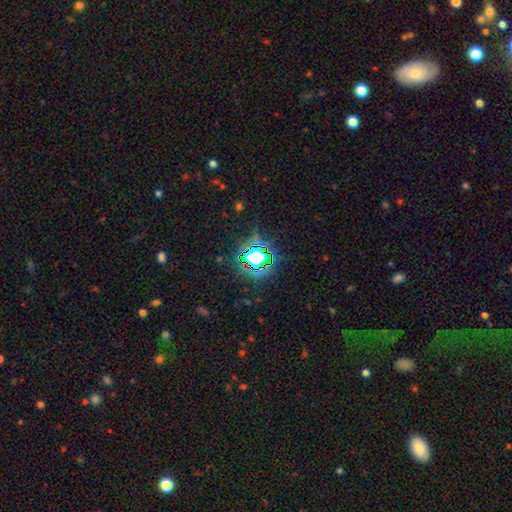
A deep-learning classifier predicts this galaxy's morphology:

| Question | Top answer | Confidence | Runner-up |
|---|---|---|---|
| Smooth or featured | star or artifact | 71% | smooth (19%) |